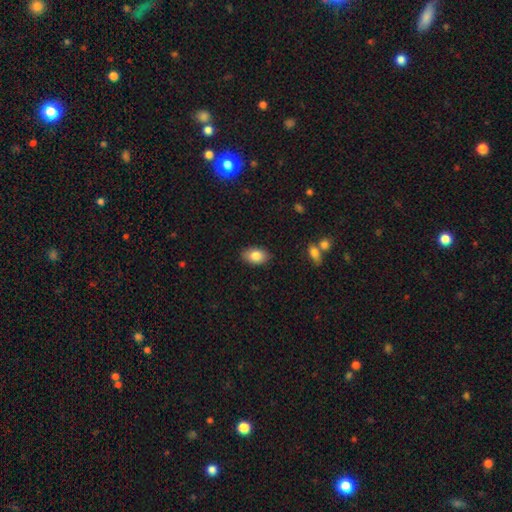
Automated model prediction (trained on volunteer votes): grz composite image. It shows a smooth galaxy with no disk features (84%) that is in between round and cigar-shaped (88%). Merging: none (86%).